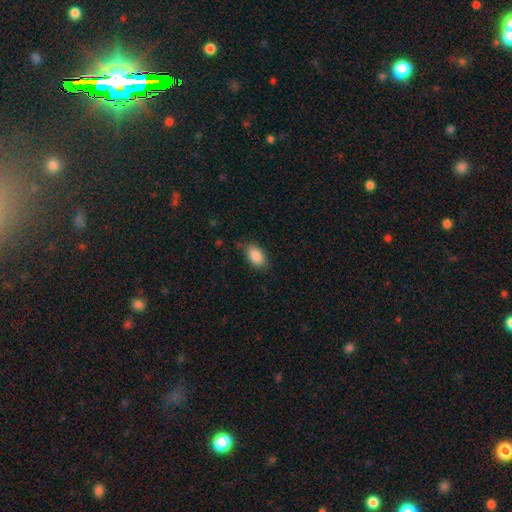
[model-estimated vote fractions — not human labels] The model was most divided on "merging": none: 80%, minor disturbance: 15%, major disturbance: 3%, merger: 1%. More confident: how rounded — in between (91%); smooth or featured — smooth (88%).